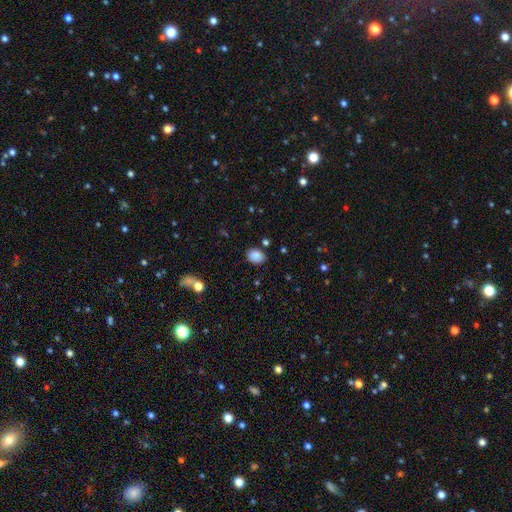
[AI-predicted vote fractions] A smooth galaxy with no disk features (85%) that is in between round and cigar-shaped (68%).

Vote fractions:
- Smooth or featured? smooth: 85% / star or artifact: 10% / featured or disk: 5%
- How rounded? in between: 68% / round: 31% / cigar-shaped: 1%
- Merging? none: 79% / minor disturbance: 14% / merger: 4% / major disturbance: 3%